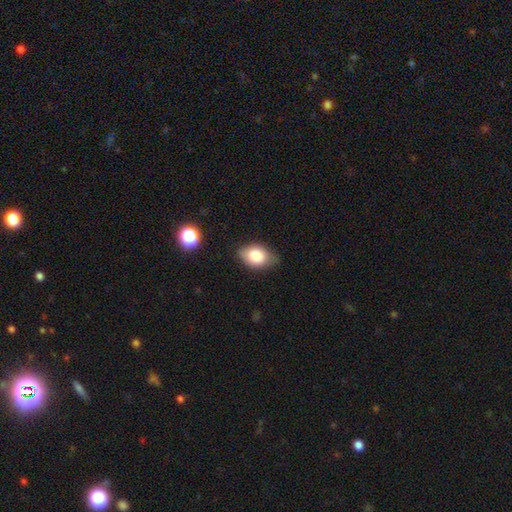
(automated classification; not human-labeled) The model was most divided on "merging": none: 73%, minor disturbance: 22%, major disturbance: 4%, merger: 2%. More confident: how rounded — in between (85%); smooth or featured — smooth (82%).